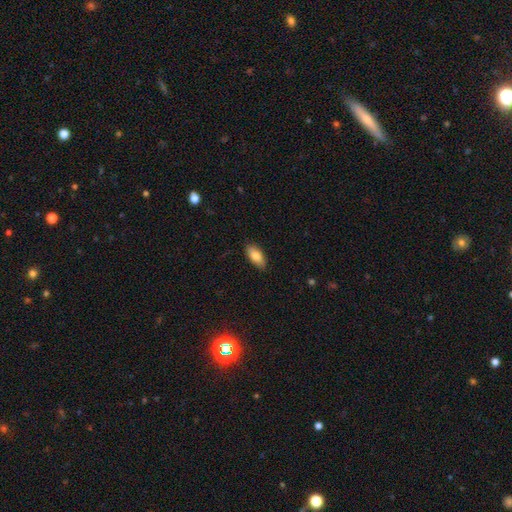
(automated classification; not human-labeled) Overall: smooth (83%). How rounded: in between (88%). Merging: none (86%).